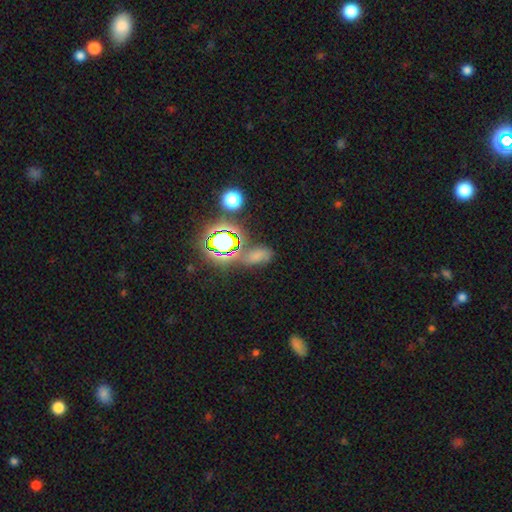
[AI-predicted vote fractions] Smooth or featured?
  - smooth: 48% *
  - star or artifact: 36%
  - featured or disk: 16%
Merging?
  - none: 53% *
  - minor disturbance: 21%
  - merger: 13%
  - major disturbance: 13%